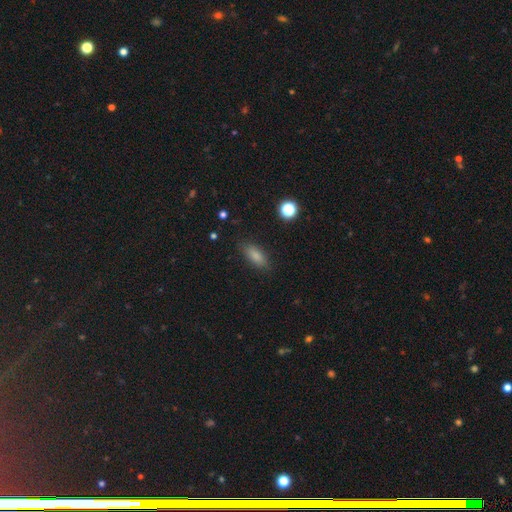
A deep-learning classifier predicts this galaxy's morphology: This is clearly a smooth galaxy (83%). How rounded: likely in between (78%). Merging: clearly none (84%).